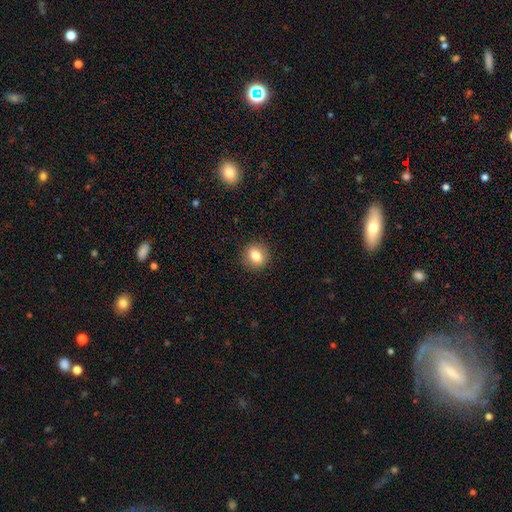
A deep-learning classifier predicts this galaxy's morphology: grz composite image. It shows a smooth galaxy with no disk features (82%) that is round (70%). Merging: none (89%).